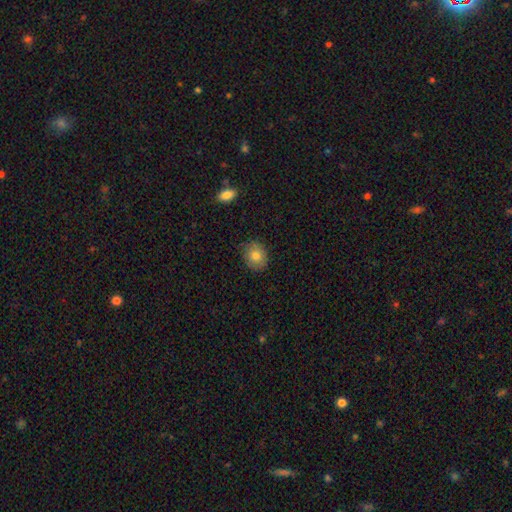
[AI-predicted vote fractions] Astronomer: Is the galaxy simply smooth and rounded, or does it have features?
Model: smooth — 80%.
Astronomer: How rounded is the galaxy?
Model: round — 67%.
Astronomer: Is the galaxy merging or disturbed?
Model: none — 84%.